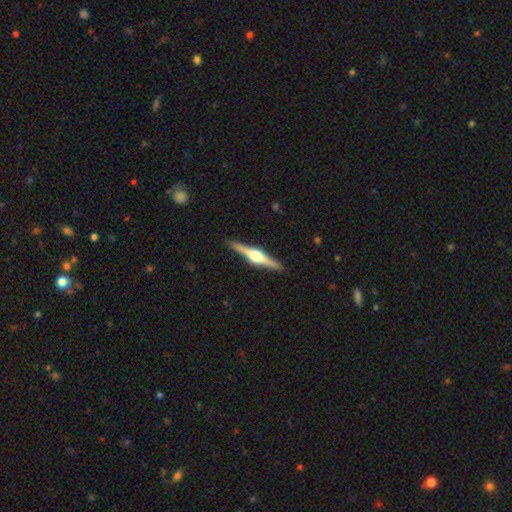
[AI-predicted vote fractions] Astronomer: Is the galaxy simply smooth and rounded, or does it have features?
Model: featured or disk — 83%.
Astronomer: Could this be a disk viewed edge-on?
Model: yes — 98%.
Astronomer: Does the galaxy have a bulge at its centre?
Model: rounded — 93%.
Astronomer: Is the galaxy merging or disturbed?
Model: none — 92%.